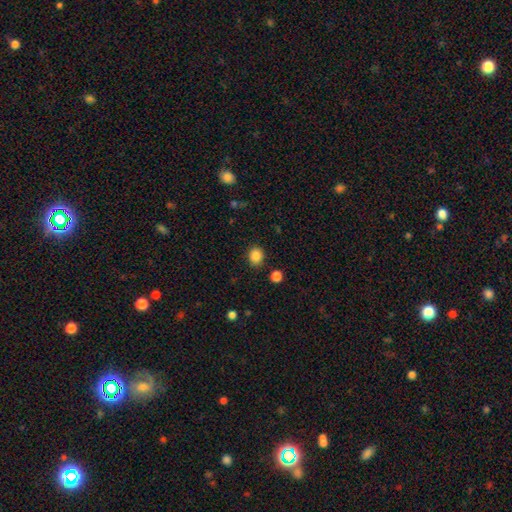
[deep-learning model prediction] Smooth or featured? Predicted: smooth (p=0.86). How rounded? Predicted: round (p=0.63). Merging? Predicted: none (p=0.87).